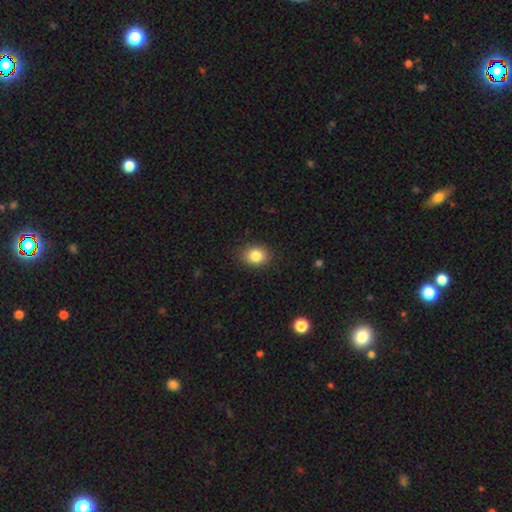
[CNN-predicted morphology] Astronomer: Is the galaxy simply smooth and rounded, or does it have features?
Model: smooth — 84%.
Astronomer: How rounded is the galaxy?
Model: round — 50% (runner-up: in between, 49%).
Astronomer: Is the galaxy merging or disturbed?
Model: none — 88%.